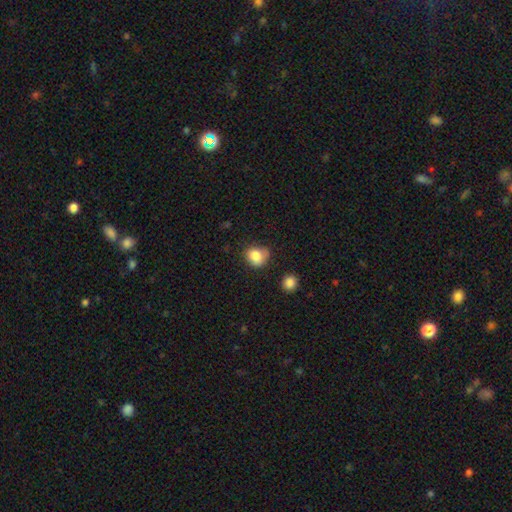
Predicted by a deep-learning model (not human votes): The model was most divided on "merging": none: 59%, minor disturbance: 29%, major disturbance: 8%, merger: 4%. More confident: smooth or featured — smooth (82%); how rounded — round (71%).